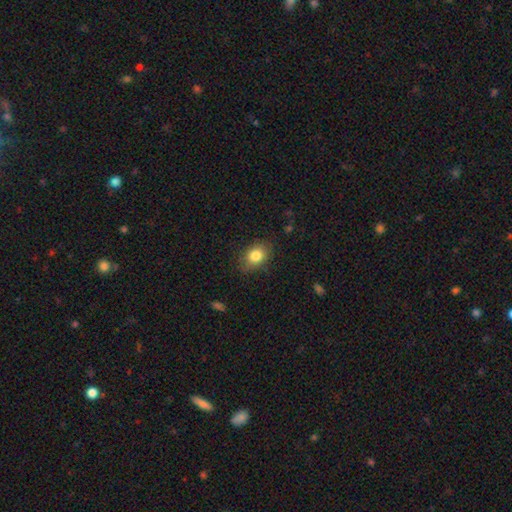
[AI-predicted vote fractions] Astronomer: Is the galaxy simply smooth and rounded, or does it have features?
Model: smooth — 82%.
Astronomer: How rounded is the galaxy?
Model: in between — 68%.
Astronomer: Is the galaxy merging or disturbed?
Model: none — 80%.